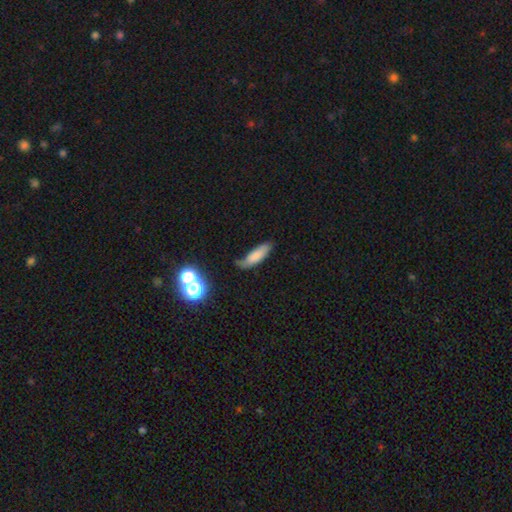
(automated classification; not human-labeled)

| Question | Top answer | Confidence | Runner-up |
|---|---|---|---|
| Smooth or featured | smooth | 74% | featured or disk (15%) |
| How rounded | in between | 49% | cigar-shaped (48%) |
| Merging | none | 50% | minor disturbance (32%) |